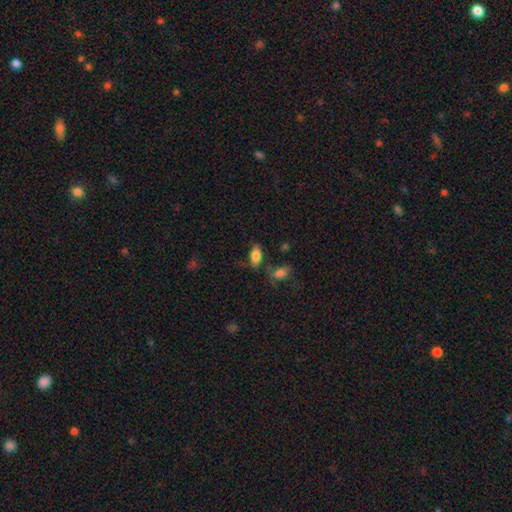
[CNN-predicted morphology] Smooth or featured? smooth (80%)
How rounded? in between (89%)
Merging? none (67%)